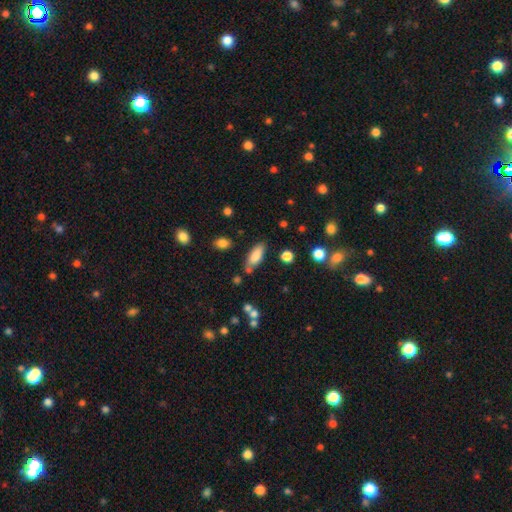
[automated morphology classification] A smooth galaxy with no disk features (81%) that is in between round and cigar-shaped (74%).

Vote fractions:
- Smooth or featured? smooth: 81% / featured or disk: 11% / star or artifact: 8%
- How rounded? in between: 74% / cigar-shaped: 23% / round: 2%
- Merging? none: 72% / minor disturbance: 16% / merger: 8% / major disturbance: 4%